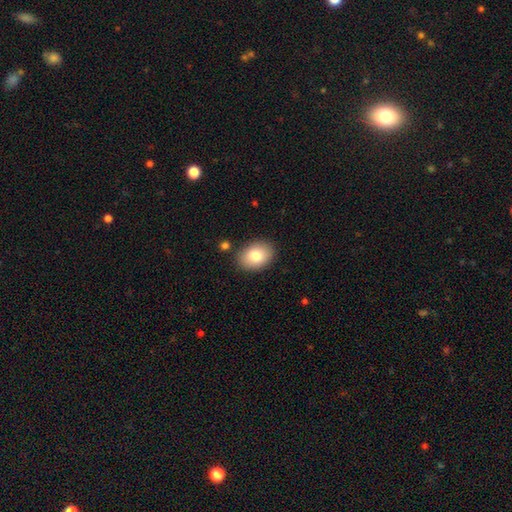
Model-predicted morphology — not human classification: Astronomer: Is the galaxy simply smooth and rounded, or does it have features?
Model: smooth — 82%.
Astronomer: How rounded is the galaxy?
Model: in between — 75%.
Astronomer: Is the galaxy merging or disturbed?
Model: none — 86%.